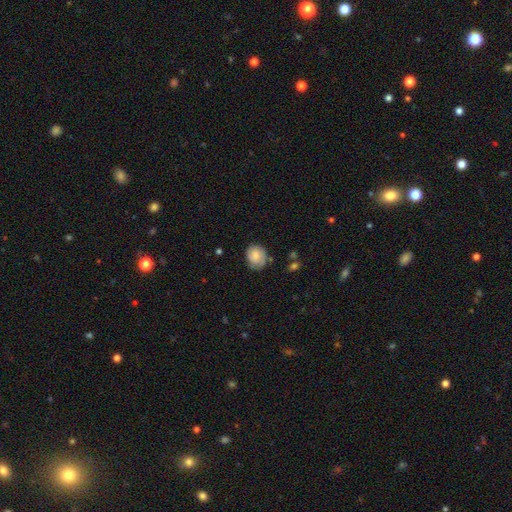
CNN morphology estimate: A smooth galaxy with no disk features (68%) that is round (62%).

Vote fractions:
- Smooth or featured? smooth: 68% / featured or disk: 24% / star or artifact: 8%
- How rounded? round: 62% / in between: 37% / cigar-shaped: 1%
- Merging? none: 67% / minor disturbance: 25% / major disturbance: 6% / merger: 2%